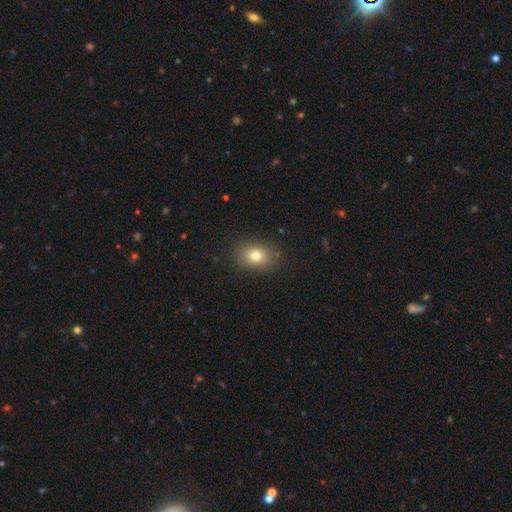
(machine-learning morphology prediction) Smooth or featured: smooth — 77% (star or artifact — 12%)
How rounded: in between — 57% (round — 42%)
Merging: none — 86% (minor disturbance — 10%)